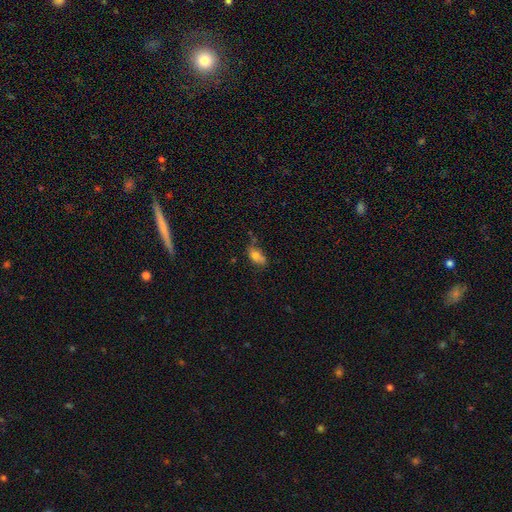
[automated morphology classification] The model was most divided on "merging": none: 49%, minor disturbance: 29%, merger: 13%, major disturbance: 10%. More confident: how rounded — in between (84%); smooth or featured — smooth (72%).